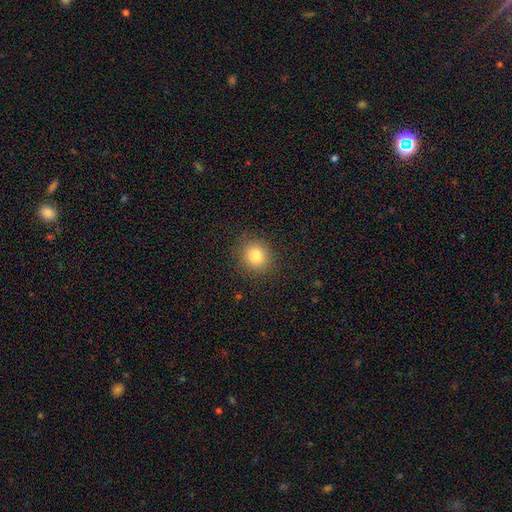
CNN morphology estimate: type=smooth (81%); roundness=round (84%); merging=none (89%).